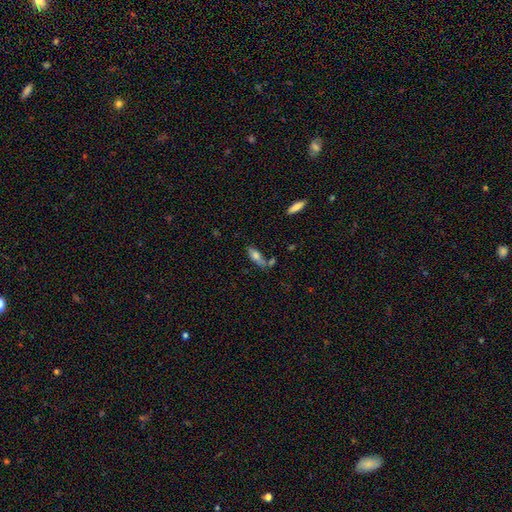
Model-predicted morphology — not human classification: Overall: smooth (70%). How rounded: in between (65%; cigar-shaped 33%). Merging: none (52%; minor disturbance 20%).